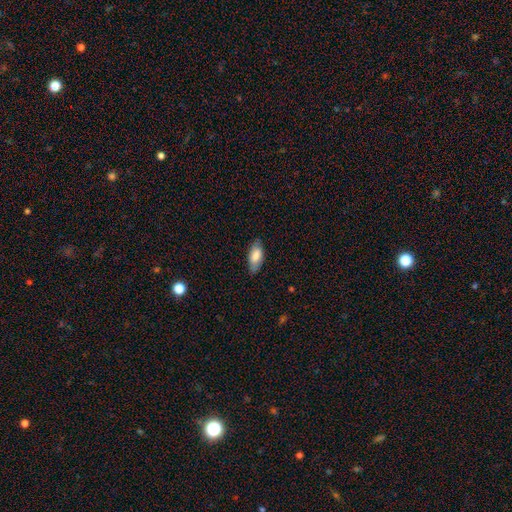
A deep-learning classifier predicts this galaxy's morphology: smooth 75%, featured or disk 18%, star or artifact 6%. Down the decision tree: how rounded — in between (88%); merging — none (79%).